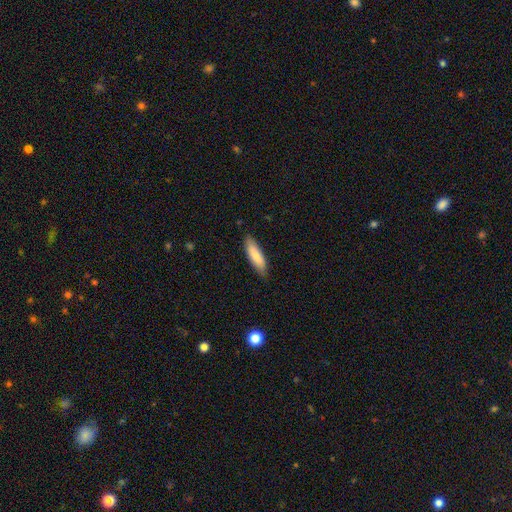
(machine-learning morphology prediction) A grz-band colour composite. It shows a smooth galaxy with no disk features (80%) that is cigar-shaped (54%). Merging: none (83%).